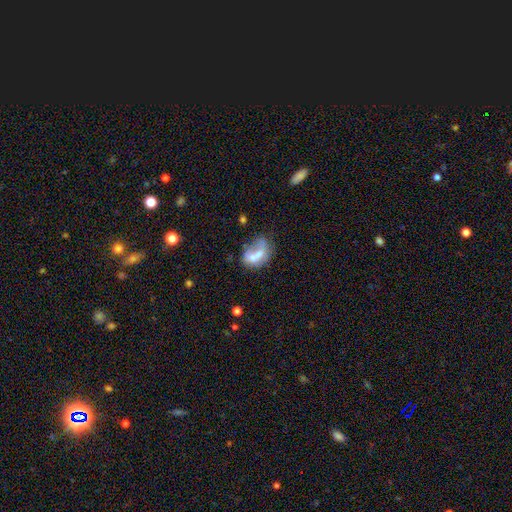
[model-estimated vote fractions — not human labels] Q: Smooth or featured?
A: smooth (53%); runner-up: featured or disk (37%)
Q: How rounded?
A: in between (78%); runner-up: round (20%)
Q: Merging?
A: merger (35%); runner-up: none (24%)